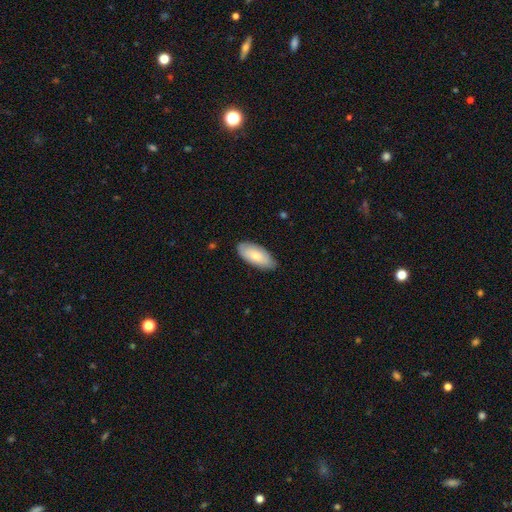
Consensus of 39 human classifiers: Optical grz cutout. It shows a smooth galaxy with no disk features (69%) that is in between round and cigar-shaped (96%). Merging: none (78%).